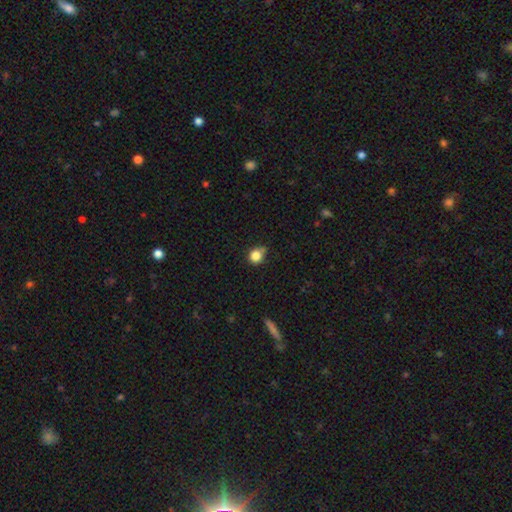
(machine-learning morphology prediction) Smooth or featured?
  - smooth: 83% *
  - star or artifact: 12%
  - featured or disk: 5%
How rounded?
  - round: 87% *
  - in between: 12%
  - cigar-shaped: 1%
Merging?
  - none: 65% *
  - minor disturbance: 20%
  - merger: 10%
  - major disturbance: 5%